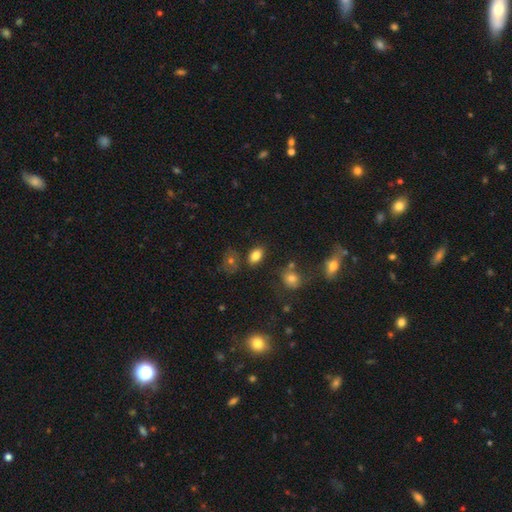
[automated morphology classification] The model was most divided on "merging": none: 79%, minor disturbance: 12%, merger: 6%, major disturbance: 3%. More confident: how rounded — in between (88%); smooth or featured — smooth (81%).